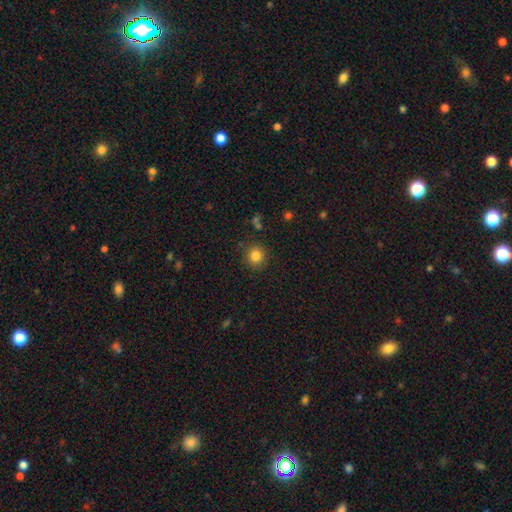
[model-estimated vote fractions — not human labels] Q: Smooth or featured?
A: smooth (83%); runner-up: star or artifact (12%)
Q: How rounded?
A: round (88%); runner-up: in between (11%)
Q: Merging?
A: none (88%); runner-up: minor disturbance (8%)